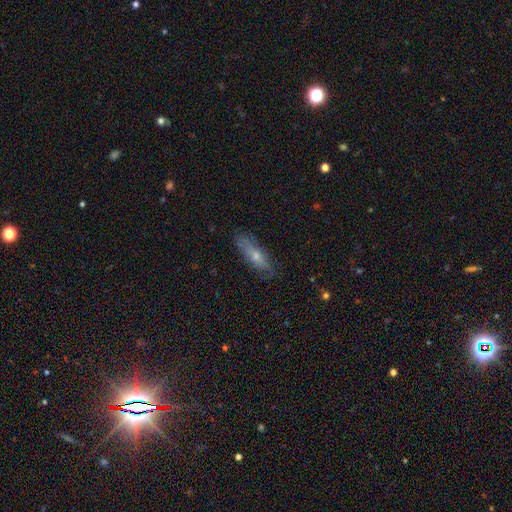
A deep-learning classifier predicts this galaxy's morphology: Q: Smooth or featured?
A: smooth (46%); runner-up: featured or disk (44%)
Q: Merging?
A: none (78%); runner-up: minor disturbance (17%)